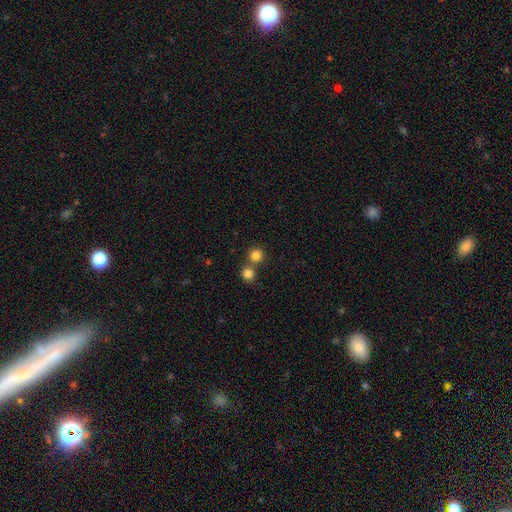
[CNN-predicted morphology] Overall: smooth (82%). How rounded: round (93%). Merging: none (63%; merger 29%).